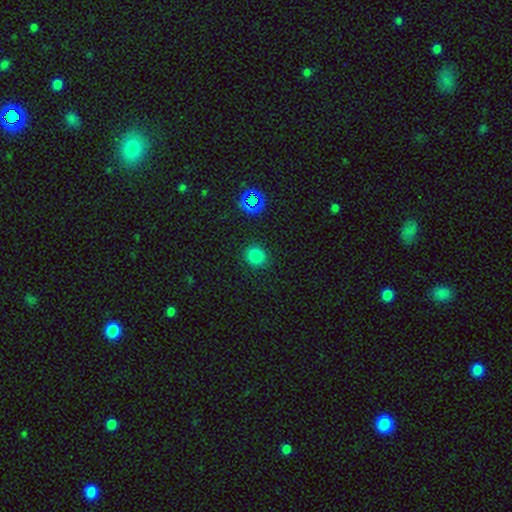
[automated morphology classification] smooth_or_featured: smooth (p=0.78) [alt: star or artifact p=0.17]
how_rounded: round (p=0.85) [alt: in between p=0.14]
merging: none (p=0.88) [alt: minor disturbance p=0.08]